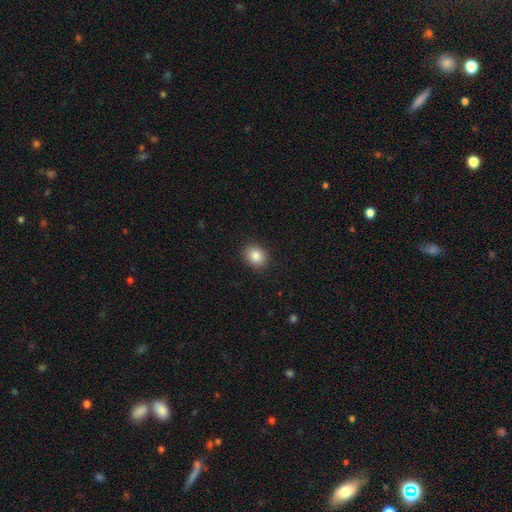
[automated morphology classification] smooth-or-featured: smooth: 85% | star or artifact: 9% | featured or disk: 5%
  how-rounded: round: 61% | in between: 38% | cigar-shaped: 1%
  merging: none: 89% | minor disturbance: 8% | major disturbance: 2% | merger: 1%